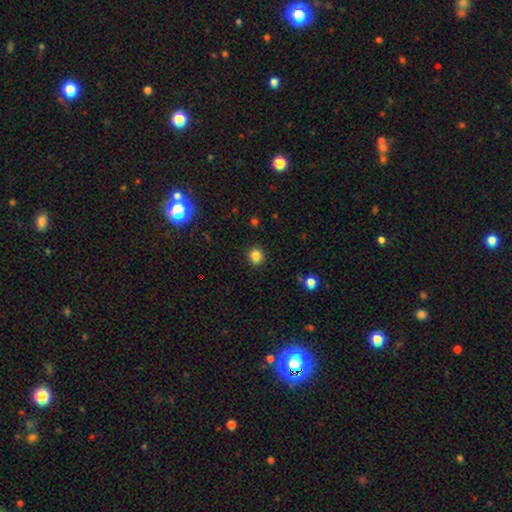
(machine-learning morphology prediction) This appears to be a smooth galaxy with no disk features (84%) that is round (90%). Merging: none (91%).